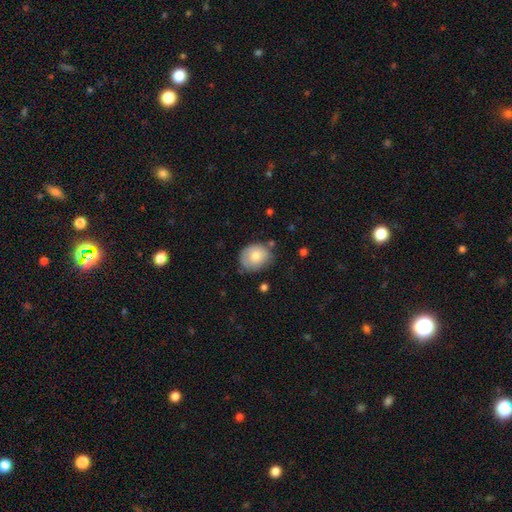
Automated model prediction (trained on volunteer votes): Smooth or featured? Predicted: smooth (p=0.77). How rounded? Predicted: round (p=0.56). Merging? Predicted: none (p=0.68).